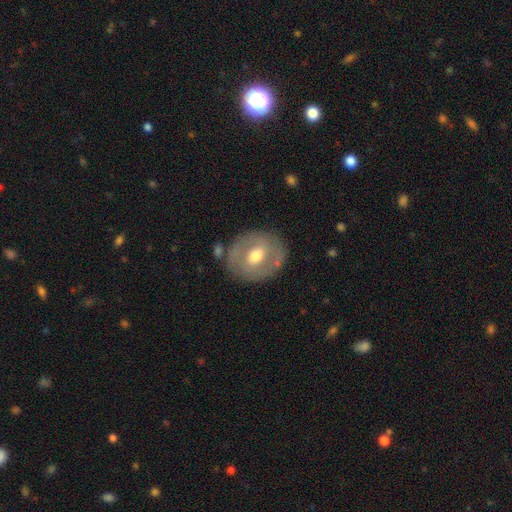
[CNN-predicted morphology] This appears to be a smooth galaxy with no disk features (47%). Merging: none (79%).